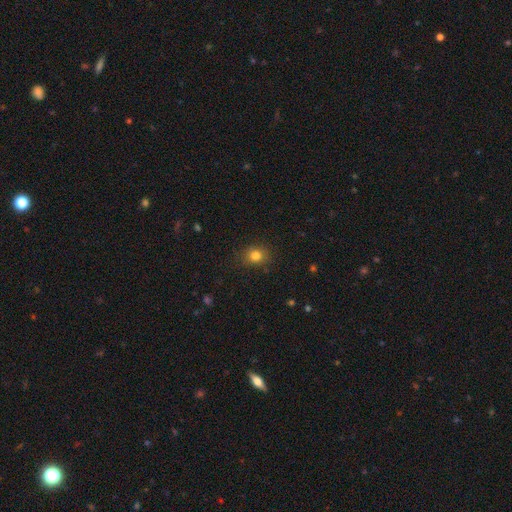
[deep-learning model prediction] A smooth galaxy with no disk features (81%) that is round (69%).

Vote fractions:
- Smooth or featured? smooth: 81% / star or artifact: 13% / featured or disk: 6%
- How rounded? round: 69% / in between: 30% / cigar-shaped: 1%
- Merging? none: 84% / minor disturbance: 11% / major disturbance: 4% / merger: 1%